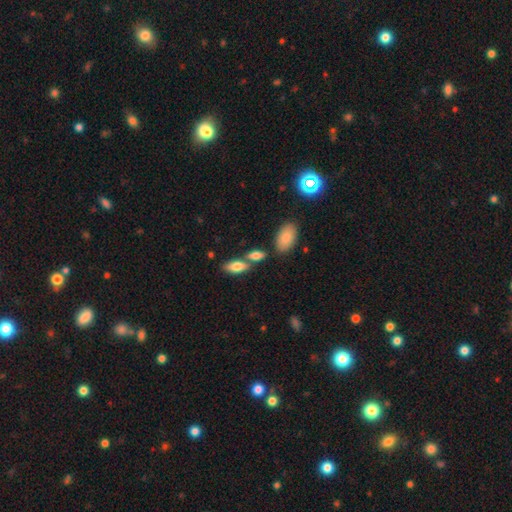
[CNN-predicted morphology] The model was most divided on "merging": none: 56%, merger: 28%, minor disturbance: 11%, major disturbance: 4%. More confident: how rounded — in between (76%); smooth or featured — smooth (74%).